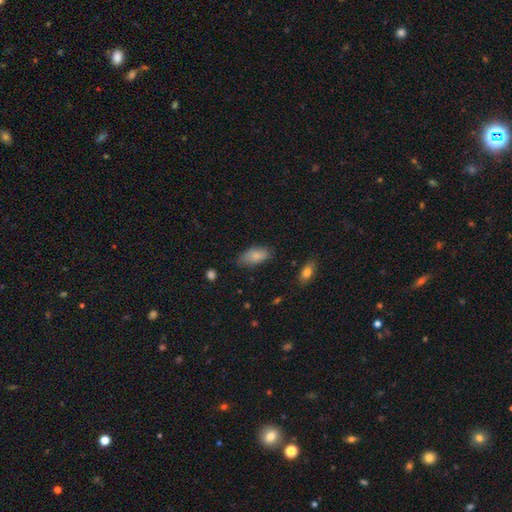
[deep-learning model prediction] Q: Smooth or featured?
A: smooth (84%); runner-up: featured or disk (9%)
Q: How rounded?
A: in between (91%); runner-up: cigar-shaped (6%)
Q: Merging?
A: none (71%); runner-up: minor disturbance (22%)